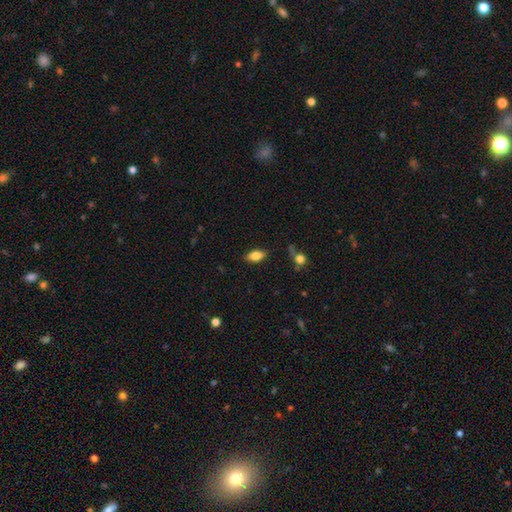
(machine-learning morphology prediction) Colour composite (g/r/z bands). It shows a smooth galaxy with no disk features (81%) that is in between round and cigar-shaped (89%). Merging: none (84%).